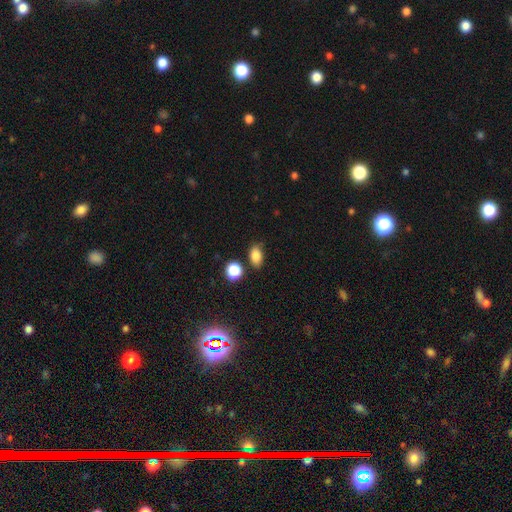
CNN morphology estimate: smooth_or_featured: smooth (p=0.84) [alt: star or artifact p=0.10]
how_rounded: in between (p=0.82) [alt: round p=0.16]
merging: none (p=0.78) [alt: minor disturbance p=0.14]